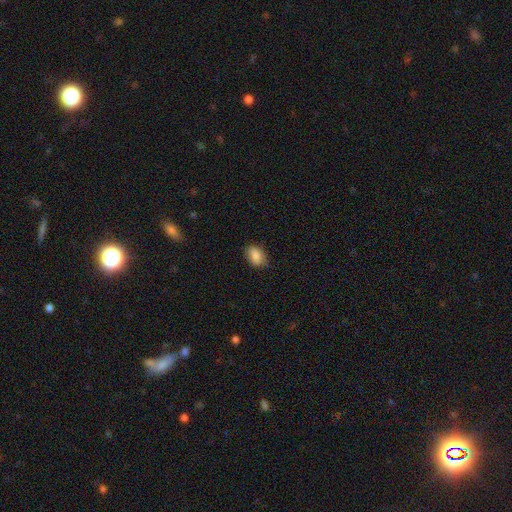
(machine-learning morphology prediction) A smooth galaxy with no disk features (85%) that is in between round and cigar-shaped (82%).

Vote fractions:
- Smooth or featured? smooth: 85% / star or artifact: 8% / featured or disk: 8%
- How rounded? in between: 82% / round: 17% / cigar-shaped: 2%
- Merging? none: 79% / minor disturbance: 17% / major disturbance: 3% / merger: 1%